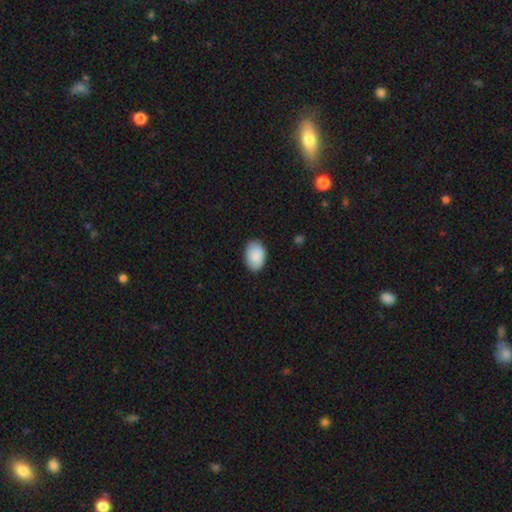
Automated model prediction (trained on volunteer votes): Smooth or featured?
  - smooth: 88% *
  - star or artifact: 6%
  - featured or disk: 6%
How rounded?
  - in between: 89% *
  - round: 10%
  - cigar-shaped: 1%
Merging?
  - none: 85% *
  - minor disturbance: 12%
  - major disturbance: 2%
  - merger: 1%